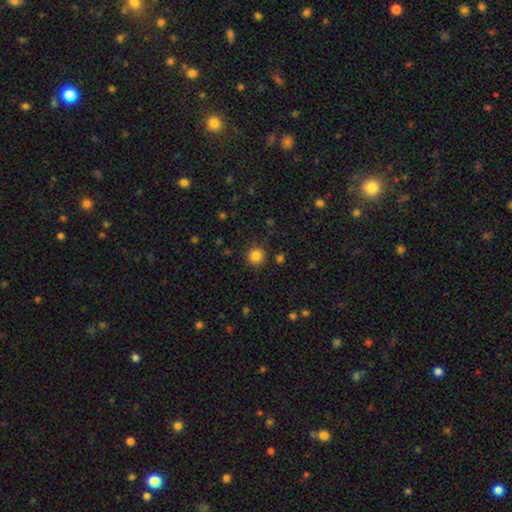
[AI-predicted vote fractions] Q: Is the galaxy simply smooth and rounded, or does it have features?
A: smooth — 84%.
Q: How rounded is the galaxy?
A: round — 94%.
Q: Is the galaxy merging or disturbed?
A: none — 90%.